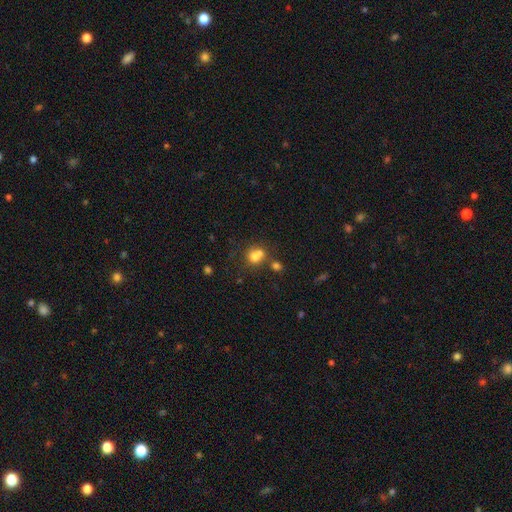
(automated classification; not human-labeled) Overall: smooth (71%). How rounded: round (67%; in between 32%). Merging: merger (49%; none 34%).